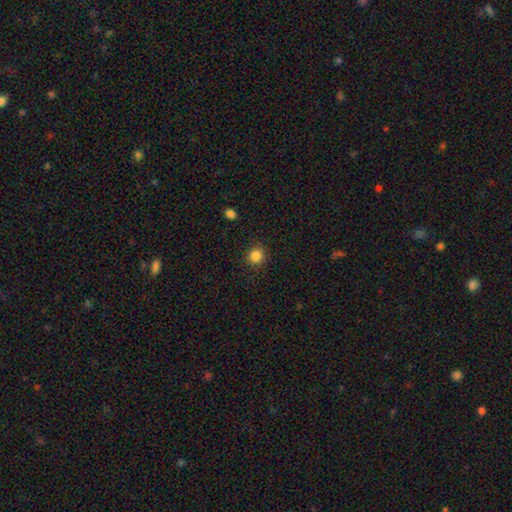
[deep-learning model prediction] Morphology: type=smooth (86%); roundness=round (90%); merging=none (90%).